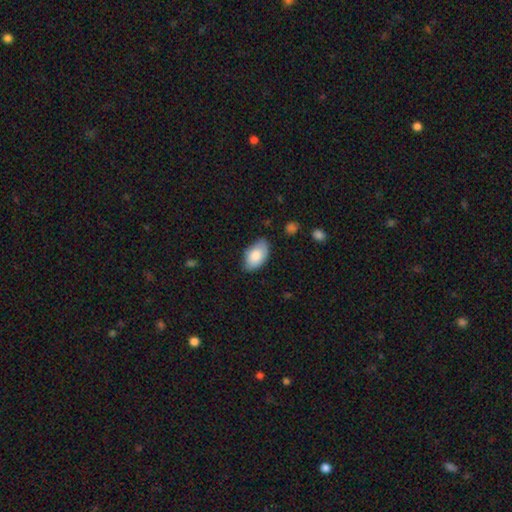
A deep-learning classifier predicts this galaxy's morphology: This appears to be a smooth galaxy with no disk features (81%) that is in between round and cigar-shaped (94%). Merging: none (74%).